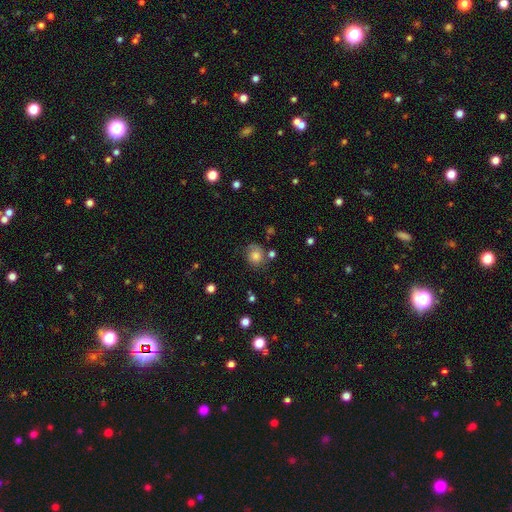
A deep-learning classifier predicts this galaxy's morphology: This is likely a smooth galaxy (64%). How rounded: likely round (78%). Merging: likely none (64%).